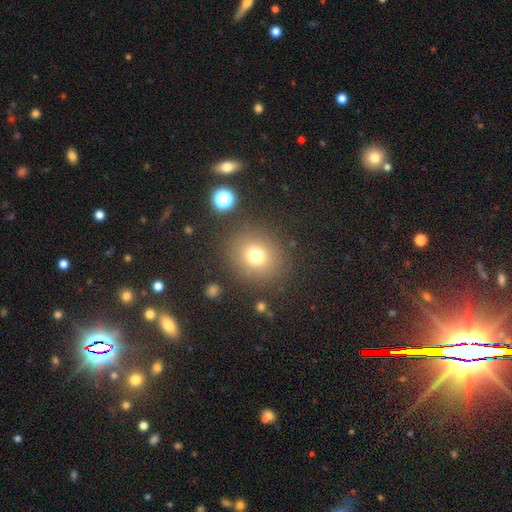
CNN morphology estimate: Smooth or featured? Predicted: smooth (p=0.74). How rounded? Predicted: round (p=0.80). Merging? Predicted: none (p=0.84).